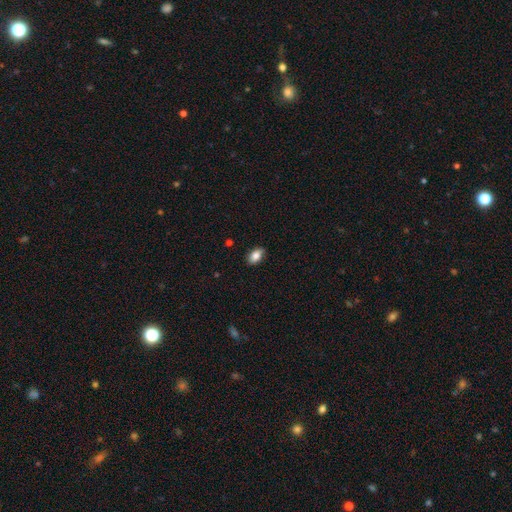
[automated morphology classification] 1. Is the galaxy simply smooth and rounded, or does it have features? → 83% smooth, 10% featured or disk, 7% star or artifact.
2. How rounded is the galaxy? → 90% in between, 7% round, 3% cigar-shaped.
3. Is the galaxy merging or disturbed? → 85% none, 12% minor disturbance, 2% major disturbance, 1% merger.